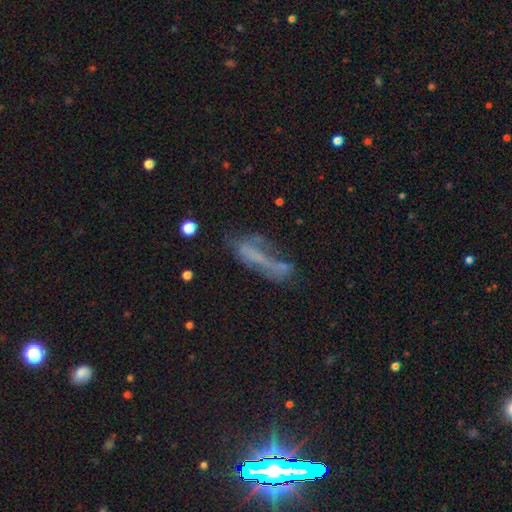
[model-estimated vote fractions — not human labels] A smooth galaxy with no disk features (41%, tied with featured or disk). Merging: none (33%).